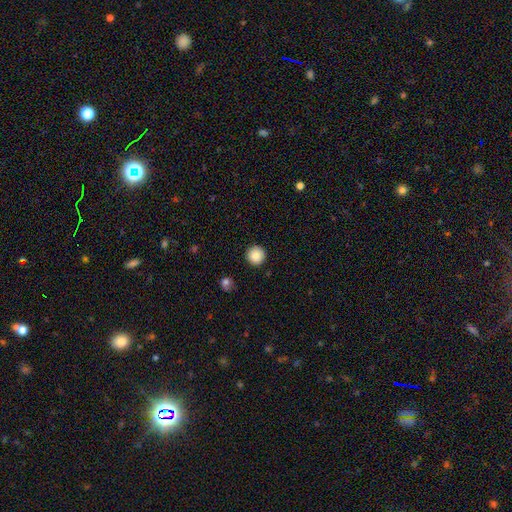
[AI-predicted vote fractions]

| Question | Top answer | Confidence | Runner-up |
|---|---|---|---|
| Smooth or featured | smooth | 87% | star or artifact (9%) |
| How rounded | round | 96% | in between (3%) |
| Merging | none | 92% | minor disturbance (5%) |